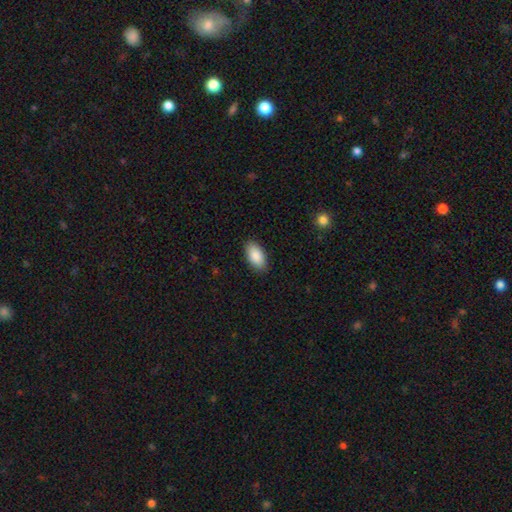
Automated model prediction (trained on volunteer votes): This is clearly a smooth galaxy (89%). How rounded: clearly in between (94%). Merging: clearly none (88%).